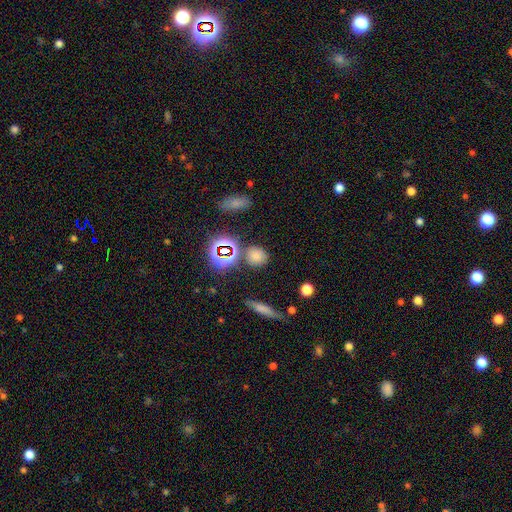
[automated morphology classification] Smooth or featured? smooth (72%)
How rounded? round (79%)
Merging? none (79%)